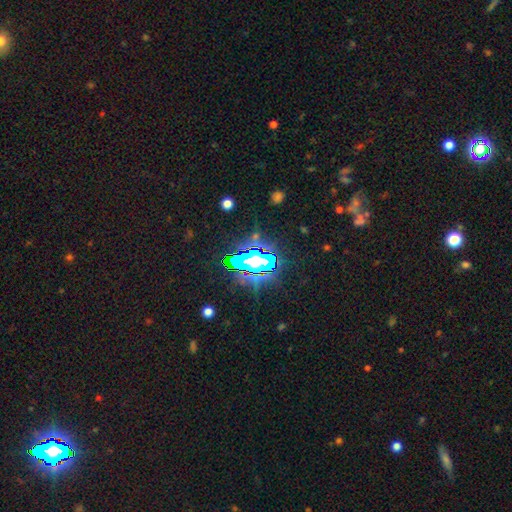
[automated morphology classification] A star or artifact, not a galaxy (79%).